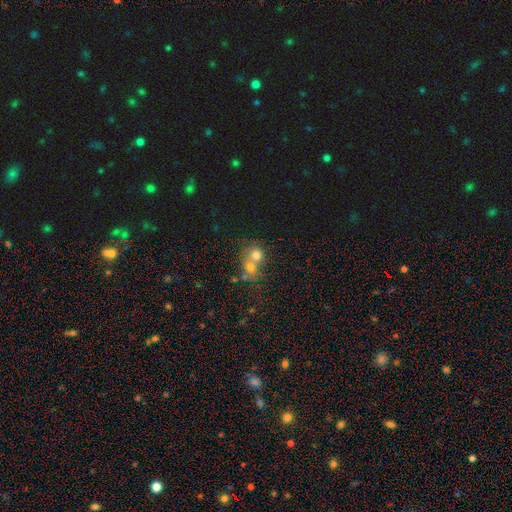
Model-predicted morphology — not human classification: Smooth or featured: smooth — 70% (featured or disk — 17%)
How rounded: round — 76% (in between — 23%)
Merging: merger — 66% (none — 26%)